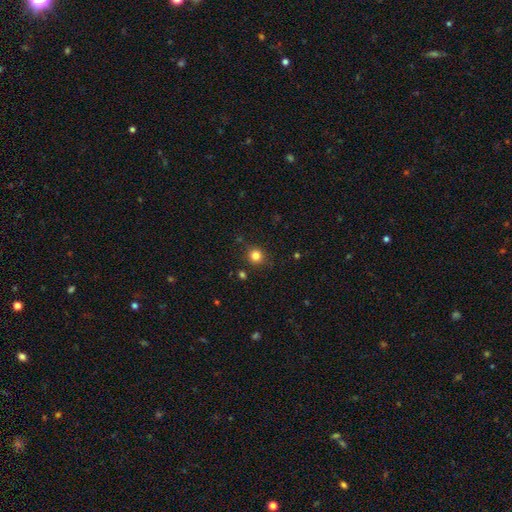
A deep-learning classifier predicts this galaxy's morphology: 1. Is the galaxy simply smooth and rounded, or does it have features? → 83% smooth, 12% star or artifact, 5% featured or disk.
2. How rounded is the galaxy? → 89% round, 10% in between, 1% cigar-shaped.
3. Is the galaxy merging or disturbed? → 87% none, 9% minor disturbance, 3% major disturbance, 2% merger.